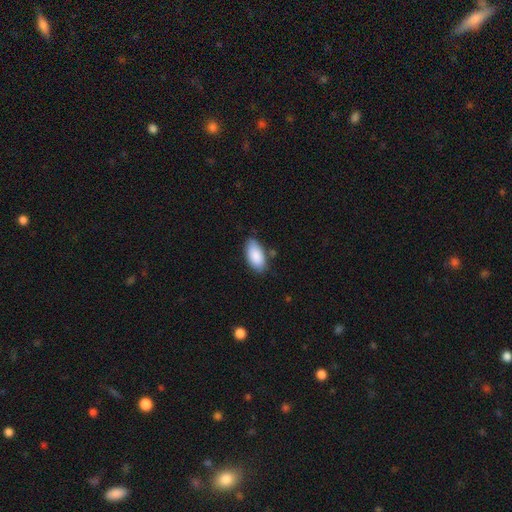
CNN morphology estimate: smooth 89%, star or artifact 6%, featured or disk 5%. Down the decision tree: how rounded — in between (94%); merging — none (77%).